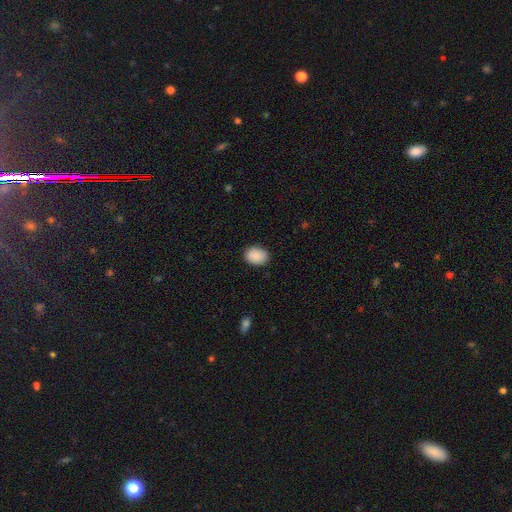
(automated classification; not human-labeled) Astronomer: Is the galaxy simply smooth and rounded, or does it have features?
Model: smooth — 90%.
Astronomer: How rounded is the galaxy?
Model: in between — 68%.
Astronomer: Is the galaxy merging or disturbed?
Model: none — 86%.